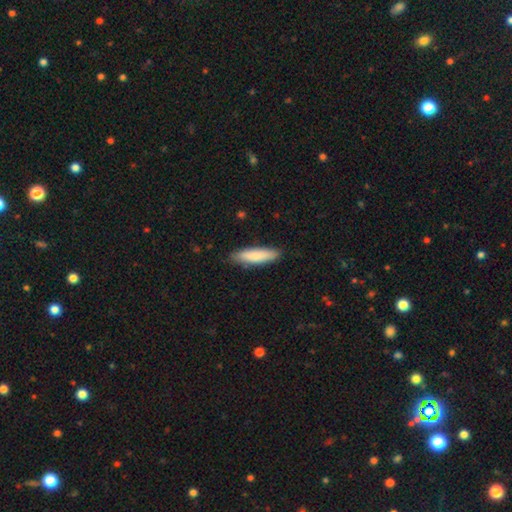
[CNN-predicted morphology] Smooth or featured? smooth (83%)
How rounded? cigar-shaped (69%)
Merging? none (84%)